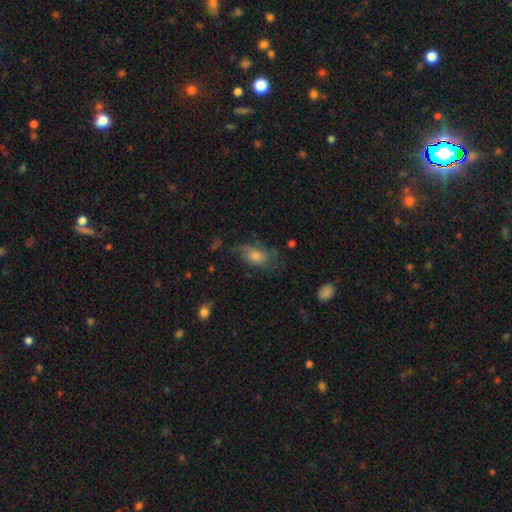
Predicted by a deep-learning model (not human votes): A smooth galaxy with no disk features (58%) that is in between round and cigar-shaped (84%). Merging: none (54%).